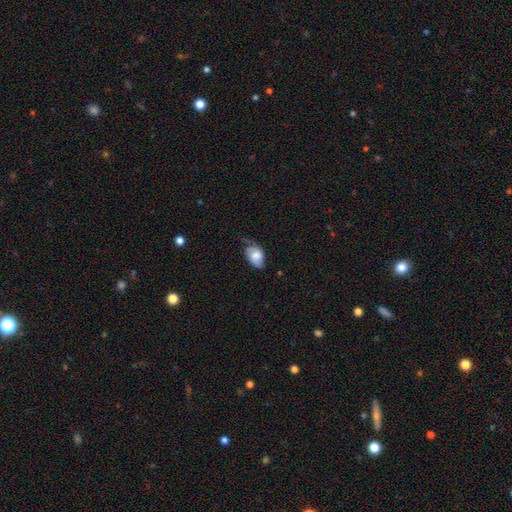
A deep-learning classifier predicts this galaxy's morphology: Q: Smooth or featured?
A: smooth (59%); runner-up: featured or disk (33%)
Q: How rounded?
A: in between (88%); runner-up: round (11%)
Q: Merging?
A: none (45%); runner-up: minor disturbance (39%)